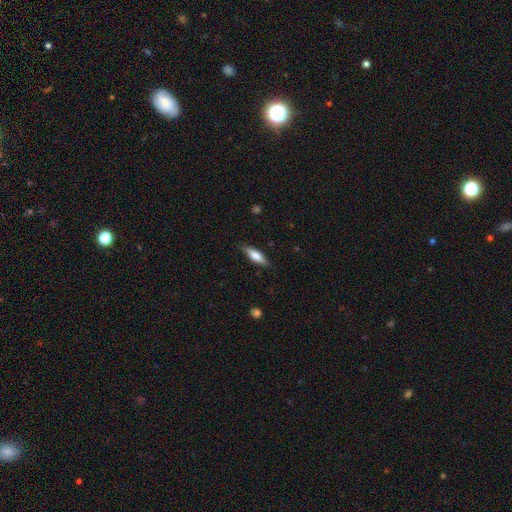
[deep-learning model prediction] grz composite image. It shows a smooth galaxy with no disk features (64%) that is cigar-shaped (54%). Merging: none (82%).